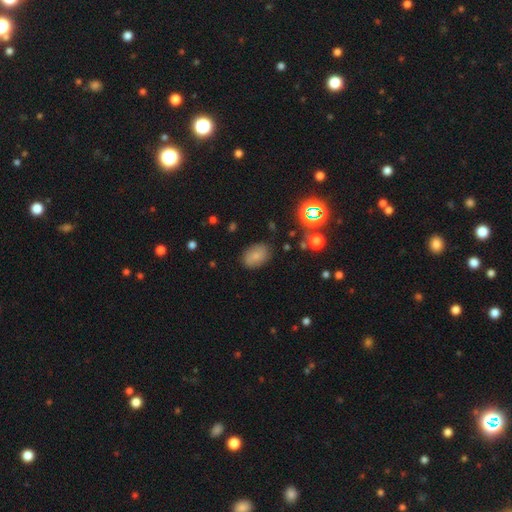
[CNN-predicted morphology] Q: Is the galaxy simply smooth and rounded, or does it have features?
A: smooth — 75%.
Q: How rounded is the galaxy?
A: in between — 84%.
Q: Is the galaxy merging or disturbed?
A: none — 81%.